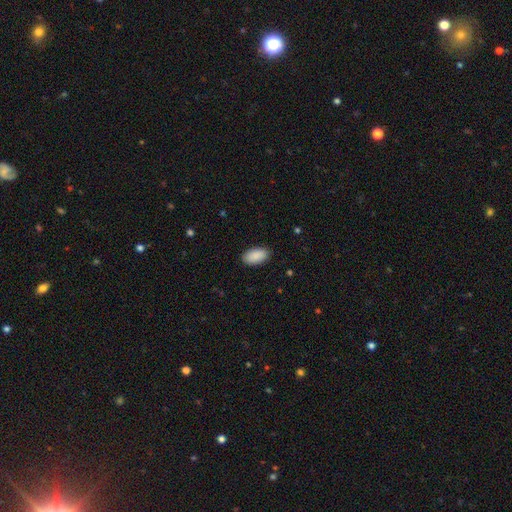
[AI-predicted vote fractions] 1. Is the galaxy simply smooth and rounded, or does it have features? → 91% smooth, 6% star or artifact, 3% featured or disk.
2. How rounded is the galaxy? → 95% in between, 2% round, 2% cigar-shaped.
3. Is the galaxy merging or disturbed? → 89% none, 8% minor disturbance, 2% major disturbance, 1% merger.